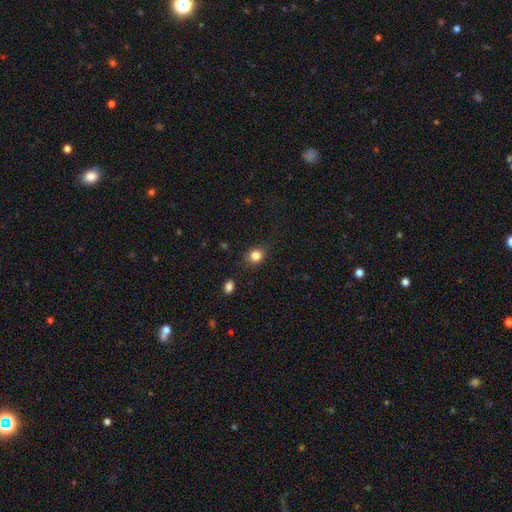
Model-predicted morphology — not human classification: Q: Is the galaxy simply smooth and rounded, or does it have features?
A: smooth — 82%.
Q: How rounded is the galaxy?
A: round — 73%.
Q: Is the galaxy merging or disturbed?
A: none — 83%.